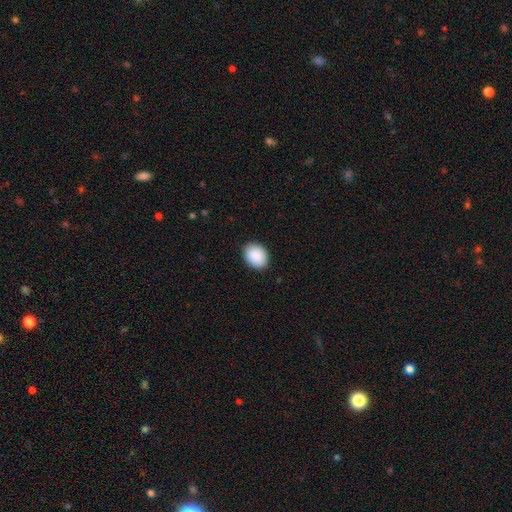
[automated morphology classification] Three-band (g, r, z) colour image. It shows a smooth galaxy with no disk features (90%) that is in between round and cigar-shaped (63%). Merging: none (88%).